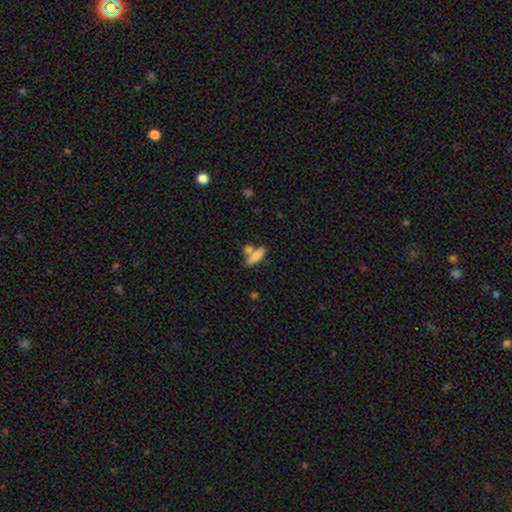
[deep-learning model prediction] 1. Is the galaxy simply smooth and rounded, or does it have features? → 74% smooth, 18% featured or disk, 7% star or artifact.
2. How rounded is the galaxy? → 63% cigar-shaped, 34% in between, 3% round.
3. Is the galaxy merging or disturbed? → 58% none, 27% merger, 11% minor disturbance, 4% major disturbance.